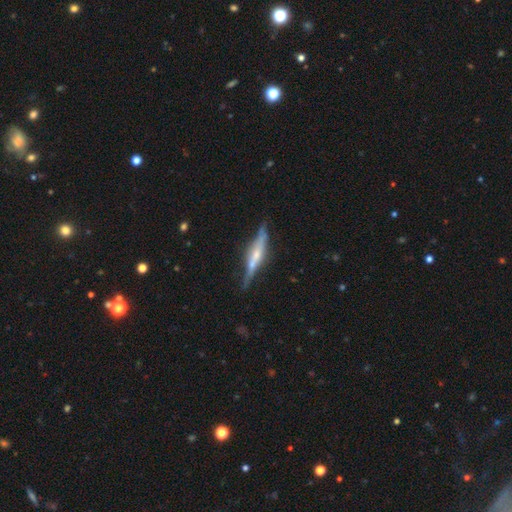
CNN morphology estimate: Overall: featured or disk (72%). Edge-on disk: yes (94%). Edge-on bulge: rounded (65%). Merging: none (73%).